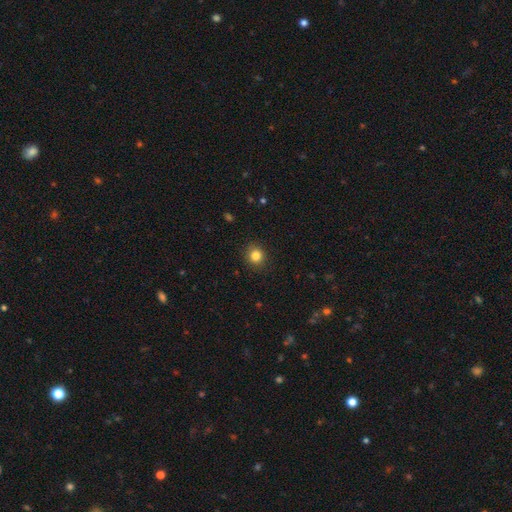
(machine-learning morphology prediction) Q: Smooth or featured?
A: smooth (83%); runner-up: star or artifact (12%)
Q: How rounded?
A: round (88%); runner-up: in between (11%)
Q: Merging?
A: none (90%); runner-up: minor disturbance (7%)